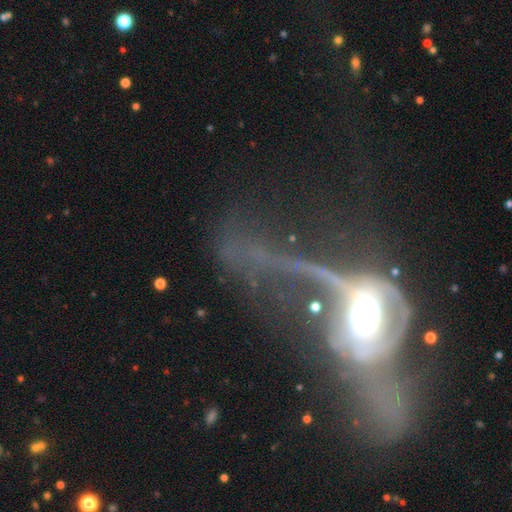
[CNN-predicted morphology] A featured or disk galaxy (62%).

Vote fractions:
- Smooth or featured? featured or disk: 62% / star or artifact: 20% / smooth: 18%
- Edge-on disk? no: 71% / yes: 29%
- Merging? major disturbance: 56% / none: 19% / merger: 14% / minor disturbance: 11%